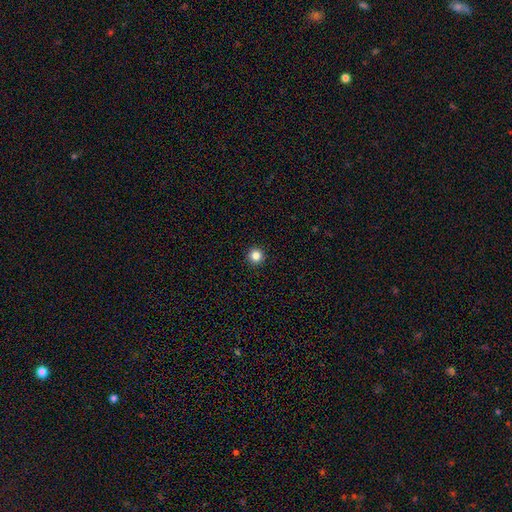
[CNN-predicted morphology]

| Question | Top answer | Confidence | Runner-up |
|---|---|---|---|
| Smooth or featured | smooth | 84% | star or artifact (12%) |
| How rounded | round | 96% | in between (3%) |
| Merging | none | 94% | minor disturbance (4%) |